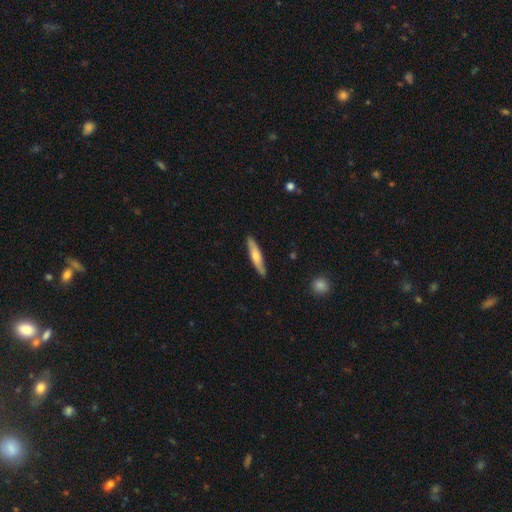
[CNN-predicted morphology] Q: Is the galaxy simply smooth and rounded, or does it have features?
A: smooth — 58%.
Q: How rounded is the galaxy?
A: cigar-shaped — 86%.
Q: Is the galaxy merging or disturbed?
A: none — 87%.